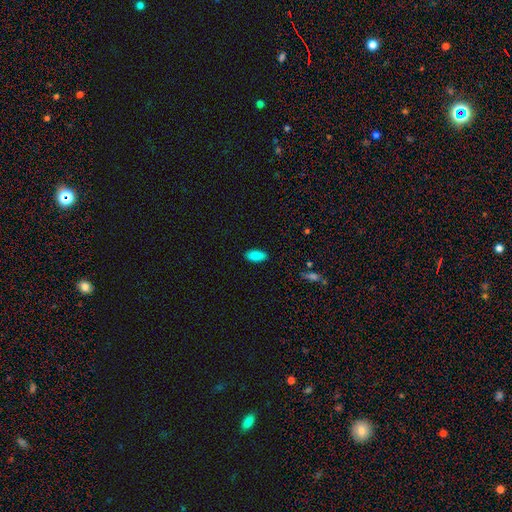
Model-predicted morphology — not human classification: This appears to be a smooth galaxy with no disk features (87%) that is in between round and cigar-shaped (91%). Merging: none (88%).